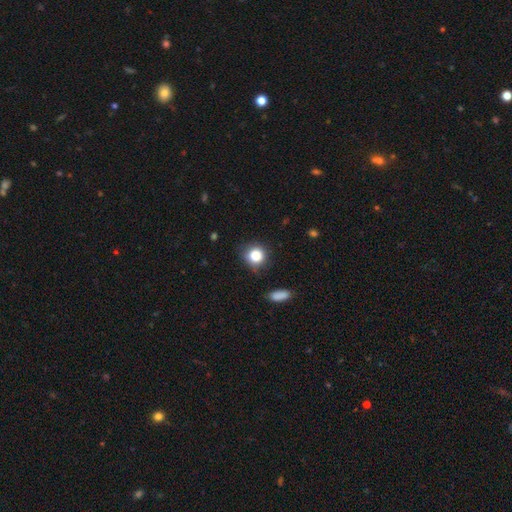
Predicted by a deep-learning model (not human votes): This is clearly a smooth galaxy (83%). How rounded: clearly round (86%). Merging: likely none (78%).